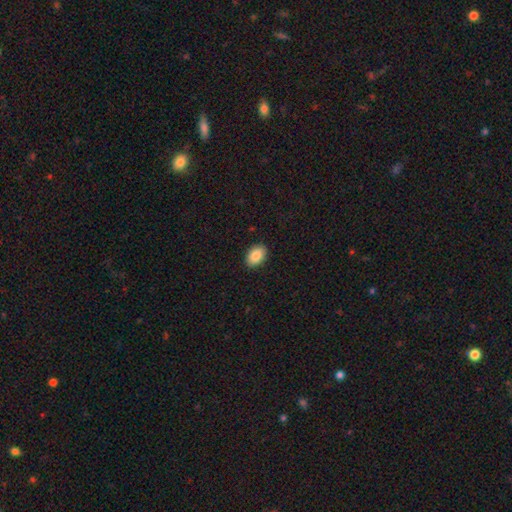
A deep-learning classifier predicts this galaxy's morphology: Smooth or featured? smooth (88%)
How rounded? in between (89%)
Merging? none (90%)